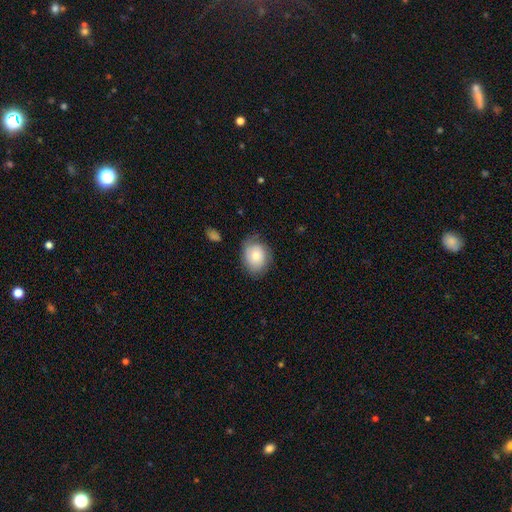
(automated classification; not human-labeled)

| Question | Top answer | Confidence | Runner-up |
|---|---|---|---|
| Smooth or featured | smooth | 66% | featured or disk (27%) |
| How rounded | in between | 53% | round (46%) |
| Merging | none | 64% | minor disturbance (25%) |